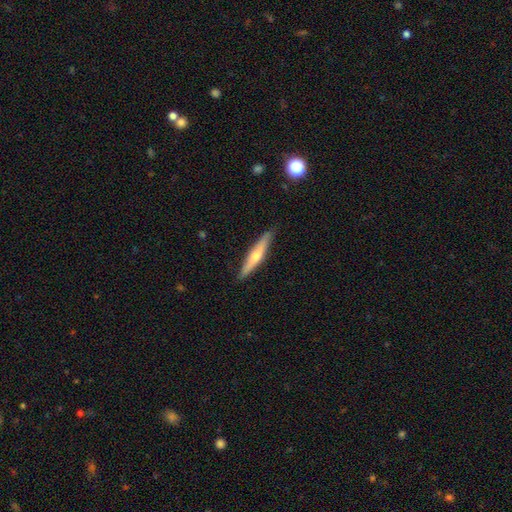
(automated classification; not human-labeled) Smooth or featured: featured or disk — 57% (smooth — 37%)
Edge-on disk: yes — 95% (no — 5%)
Edge-on bulge: rounded — 84% (none — 12%)
Merging: none — 89% (minor disturbance — 8%)